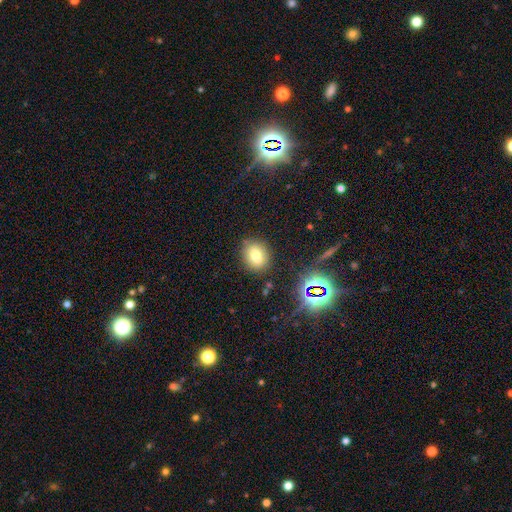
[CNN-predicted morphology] This appears to be a smooth galaxy with no disk features (72%) that is round (53%). Merging: none (84%).